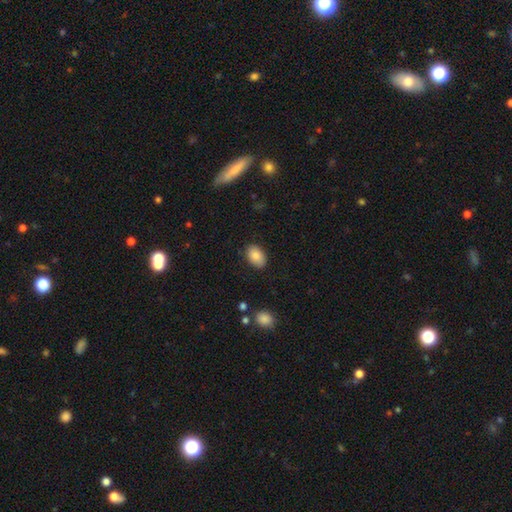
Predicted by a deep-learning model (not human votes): The model was most divided on "merging": none: 85%, minor disturbance: 11%, major disturbance: 3%, merger: 1%. More confident: how rounded — in between (87%); smooth or featured — smooth (86%).